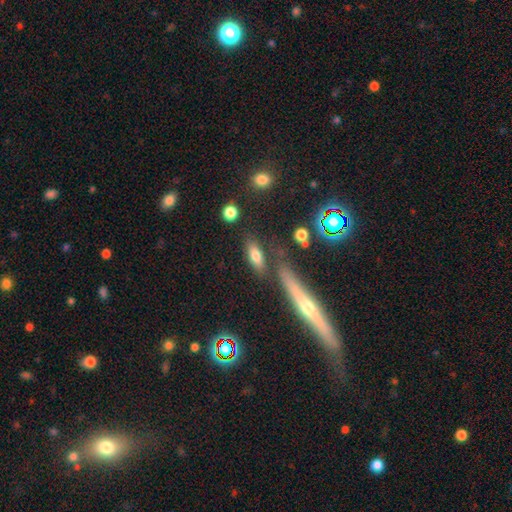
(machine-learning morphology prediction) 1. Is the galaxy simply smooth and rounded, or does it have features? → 74% smooth, 16% featured or disk, 9% star or artifact.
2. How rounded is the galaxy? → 66% in between, 28% cigar-shaped, 6% round.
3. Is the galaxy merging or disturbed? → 72% none, 13% minor disturbance, 10% merger, 5% major disturbance.